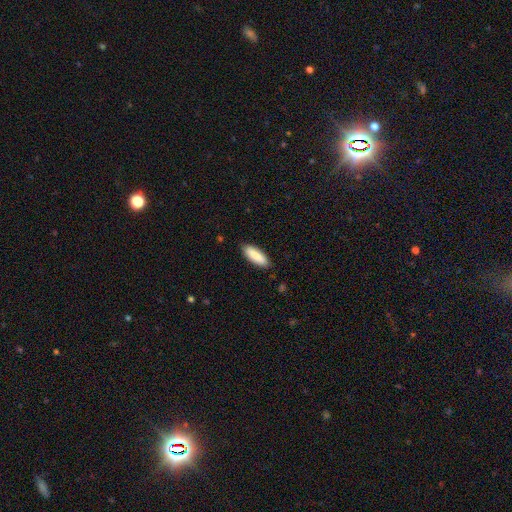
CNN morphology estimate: Q: Smooth or featured?
A: smooth (88%); runner-up: featured or disk (7%)
Q: How rounded?
A: in between (59%); runner-up: cigar-shaped (40%)
Q: Merging?
A: none (88%); runner-up: minor disturbance (9%)